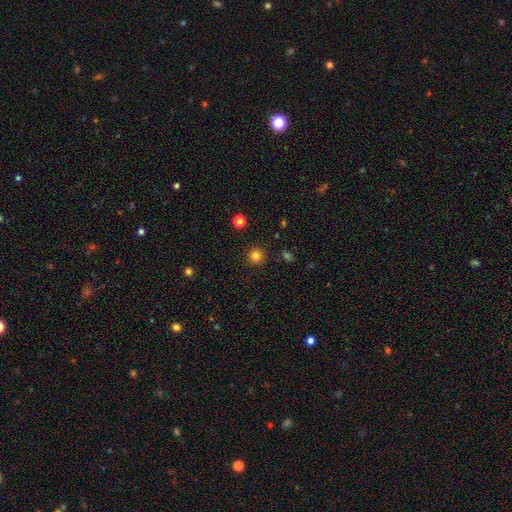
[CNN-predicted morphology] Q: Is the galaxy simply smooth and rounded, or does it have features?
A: smooth — 83%.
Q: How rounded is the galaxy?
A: round — 95%.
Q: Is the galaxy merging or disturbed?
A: none — 91%.